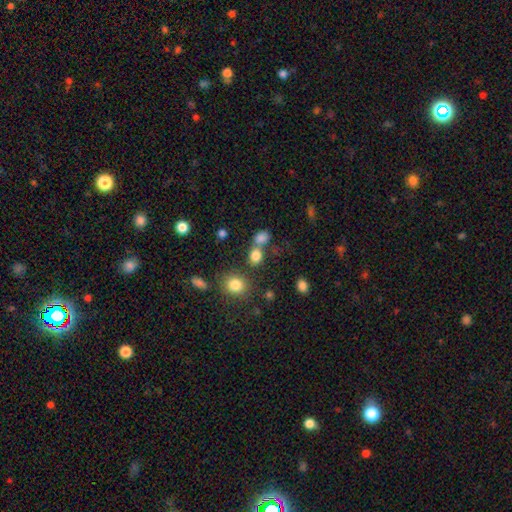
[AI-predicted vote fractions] smooth_or_featured: smooth (p=0.80) [alt: star or artifact p=0.14]
how_rounded: round (p=0.64) [alt: in between p=0.34]
merging: none (p=0.51) [alt: merger p=0.35]